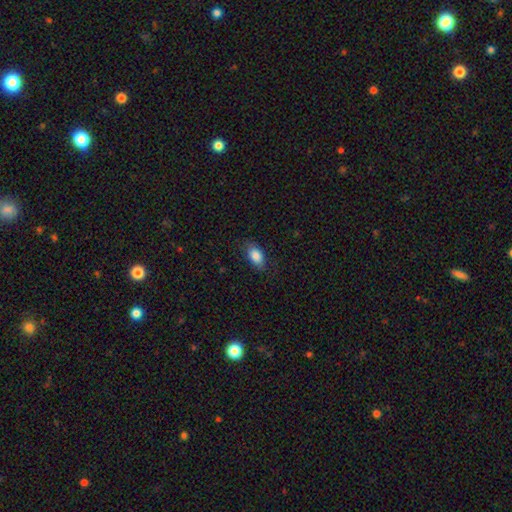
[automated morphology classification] Smooth or featured: smooth — 86% (featured or disk — 7%)
How rounded: in between — 91% (round — 6%)
Merging: none — 81% (minor disturbance — 15%)